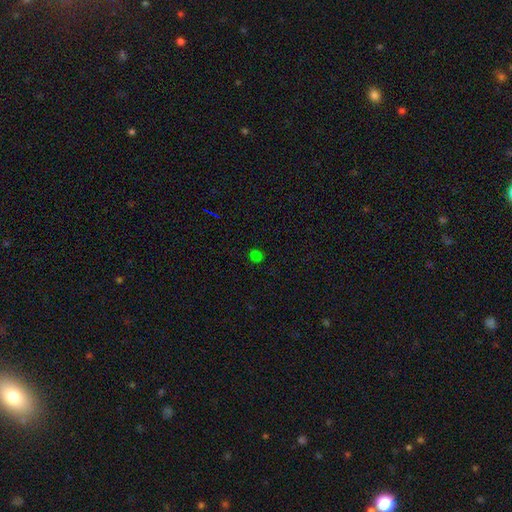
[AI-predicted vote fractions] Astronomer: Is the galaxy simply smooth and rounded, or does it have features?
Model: smooth — 55% (runner-up: star or artifact, 38%).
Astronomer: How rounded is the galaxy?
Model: round — 69%.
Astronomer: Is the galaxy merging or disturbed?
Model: none — 80%.